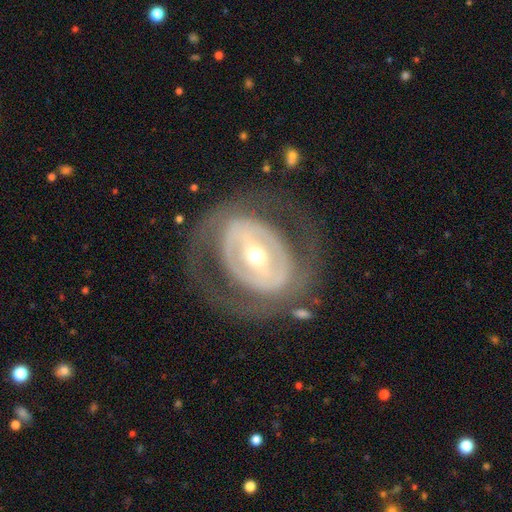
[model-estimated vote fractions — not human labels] Morphology: type=featured or disk (78%); edge-on=no (94%); bar=strong (49%); spiral arms=no (63%); bulge=small (50%); merging=none (70%).